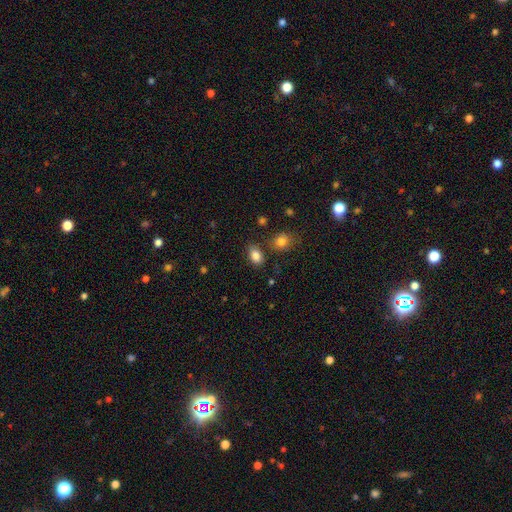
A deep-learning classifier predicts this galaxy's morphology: Q: Smooth or featured?
A: smooth (84%); runner-up: star or artifact (10%)
Q: How rounded?
A: in between (81%); runner-up: round (17%)
Q: Merging?
A: none (75%); runner-up: minor disturbance (14%)